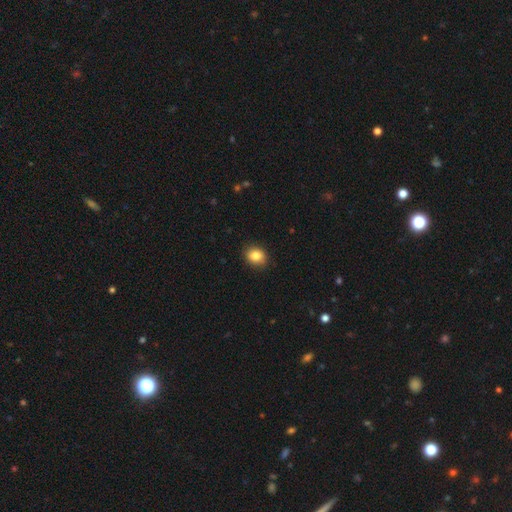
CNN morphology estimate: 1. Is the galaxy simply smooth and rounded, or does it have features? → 85% smooth, 9% star or artifact, 5% featured or disk.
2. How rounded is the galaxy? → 63% round, 36% in between, 1% cigar-shaped.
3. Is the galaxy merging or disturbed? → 89% none, 8% minor disturbance, 2% major disturbance, 1% merger.